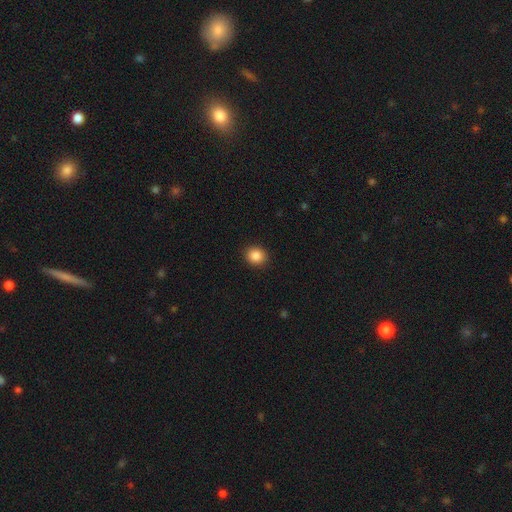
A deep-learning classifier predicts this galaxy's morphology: smooth_or_featured: smooth (p=0.86) [alt: star or artifact p=0.10]
how_rounded: round (p=0.77) [alt: in between p=0.22]
merging: none (p=0.92) [alt: minor disturbance p=0.06]